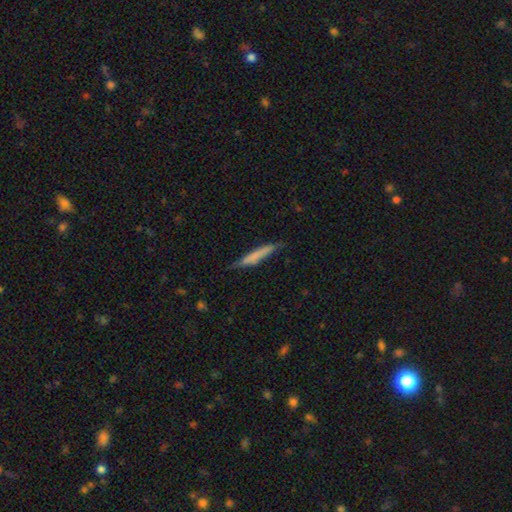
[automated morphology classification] Overall: smooth (66%; featured or disk 29%). How rounded: cigar-shaped (93%). Merging: none (73%).